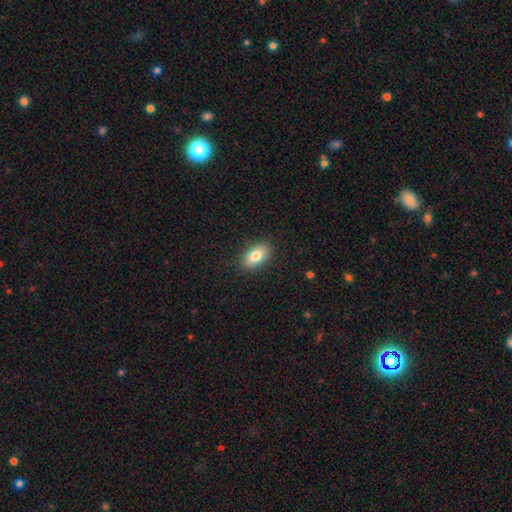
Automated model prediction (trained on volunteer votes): Morphology: type=smooth (82%); roundness=in between (91%); merging=none (88%).